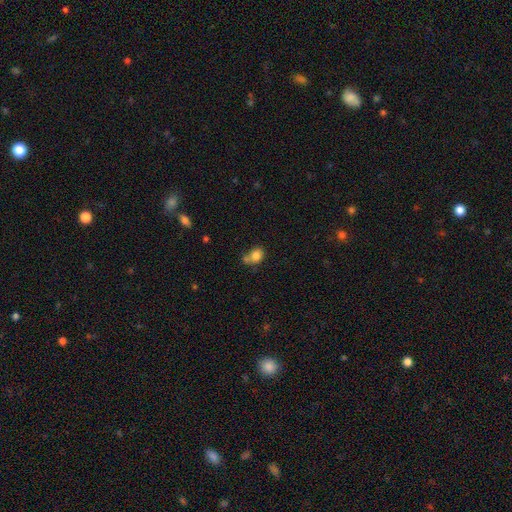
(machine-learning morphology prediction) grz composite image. It shows a smooth galaxy with no disk features (80%) that is round (51%). Merging: none (41%).